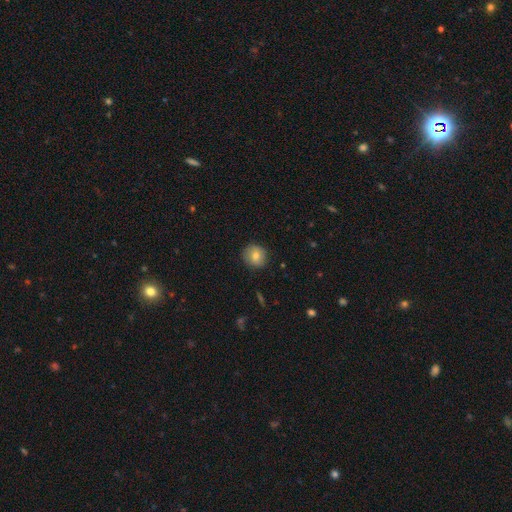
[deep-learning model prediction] The model was most divided on "smooth or featured": smooth: 77%, featured or disk: 14%, star or artifact: 9%. More confident: how rounded — round (89%); merging — none (87%).